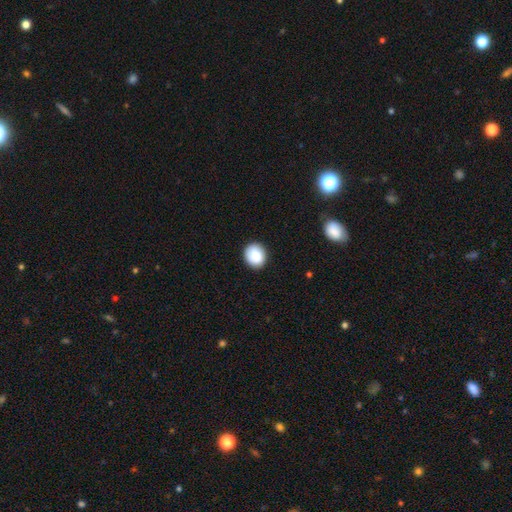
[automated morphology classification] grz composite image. It shows a smooth galaxy with no disk features (88%) that is round (72%). Merging: none (89%).